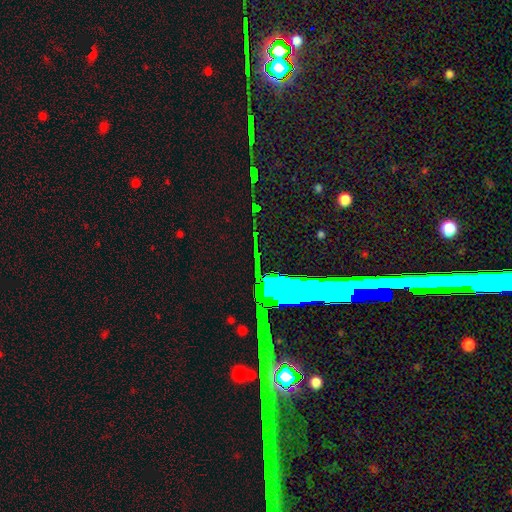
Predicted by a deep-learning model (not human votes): A star or artifact, not a galaxy (66%).